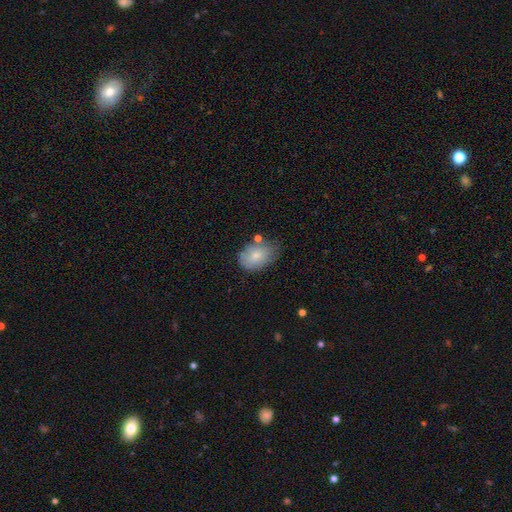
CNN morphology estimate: A smooth galaxy with no disk features (77%) that is in between round and cigar-shaped (79%). Merging: none (58%).